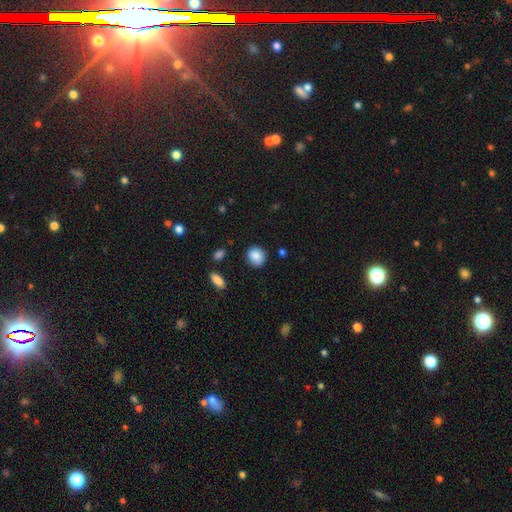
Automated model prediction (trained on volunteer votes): Smooth or featured? smooth (86%)
How rounded? round (78%)
Merging? none (85%)